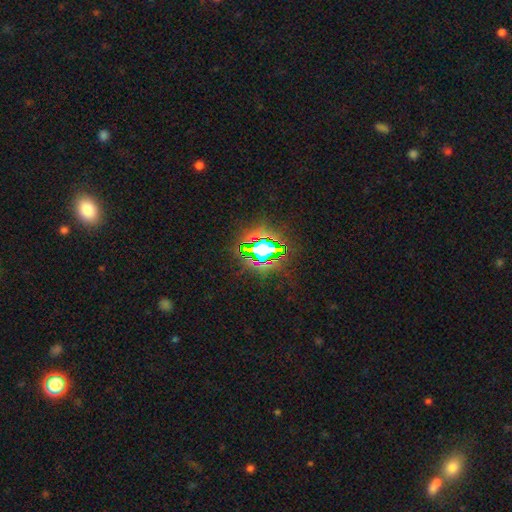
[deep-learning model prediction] Q: Smooth or featured?
A: star or artifact (74%); runner-up: smooth (14%)